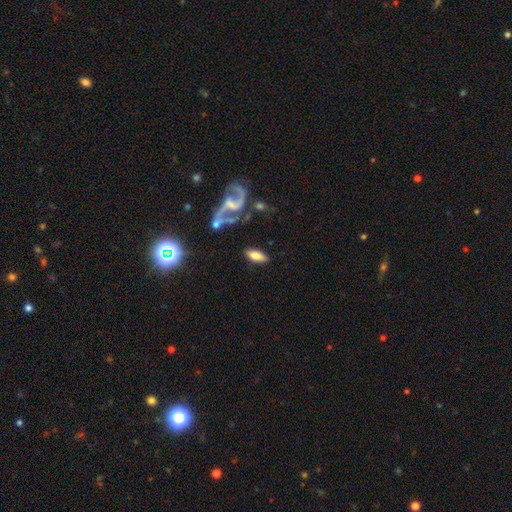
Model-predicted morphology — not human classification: Smooth or featured? Predicted: smooth (p=0.68). How rounded? Predicted: in between (p=0.81). Merging? Predicted: none (p=0.77).